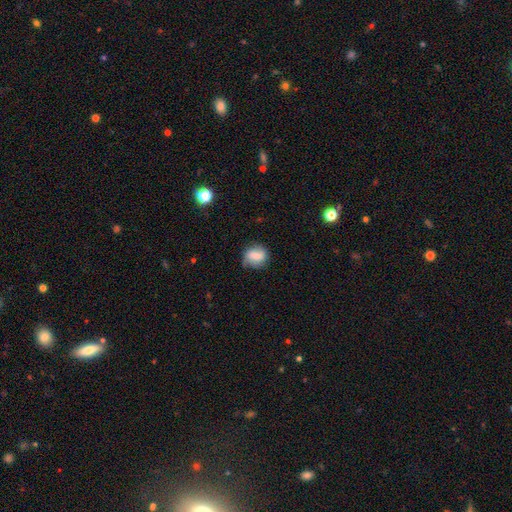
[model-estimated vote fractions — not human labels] smooth-or-featured: smooth: 73% | featured or disk: 18% | star or artifact: 9%
  how-rounded: round: 58% | in between: 41% | cigar-shaped: 2%
  merging: none: 61% | minor disturbance: 29% | major disturbance: 8% | merger: 2%